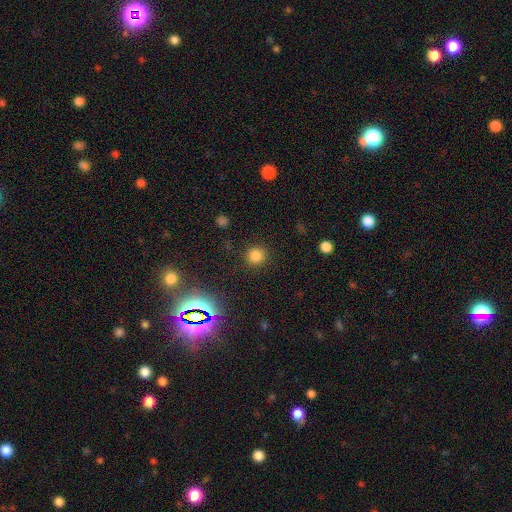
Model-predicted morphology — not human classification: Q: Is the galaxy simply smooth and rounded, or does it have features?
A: smooth — 79%.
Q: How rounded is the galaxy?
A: round — 93%.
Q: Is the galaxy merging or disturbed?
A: none — 89%.